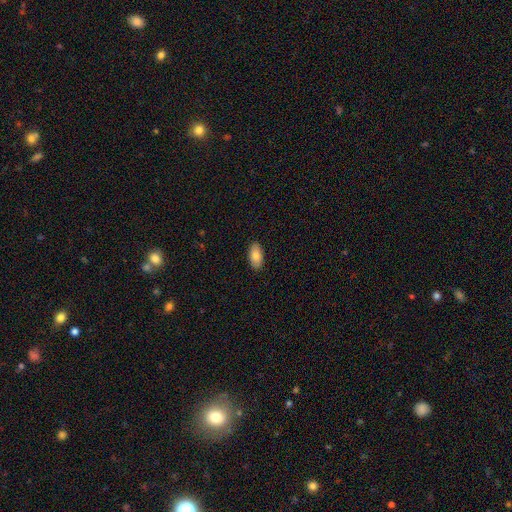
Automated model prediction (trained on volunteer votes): Q: Smooth or featured?
A: smooth (82%); runner-up: featured or disk (11%)
Q: How rounded?
A: in between (93%); runner-up: cigar-shaped (4%)
Q: Merging?
A: none (90%); runner-up: minor disturbance (8%)